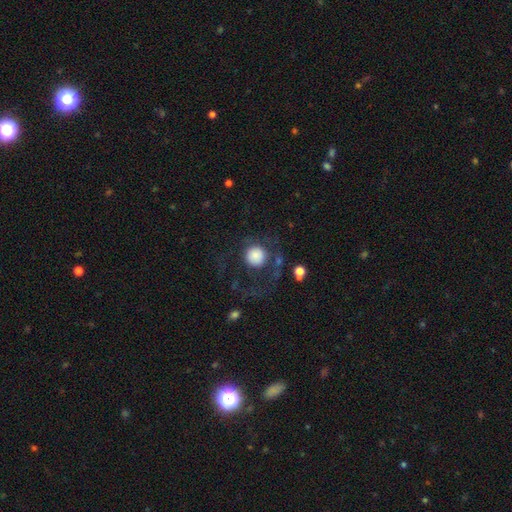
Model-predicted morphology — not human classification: Smooth or featured? Predicted: smooth (p=0.78). How rounded? Predicted: round (p=0.93). Merging? Predicted: none (p=0.57).